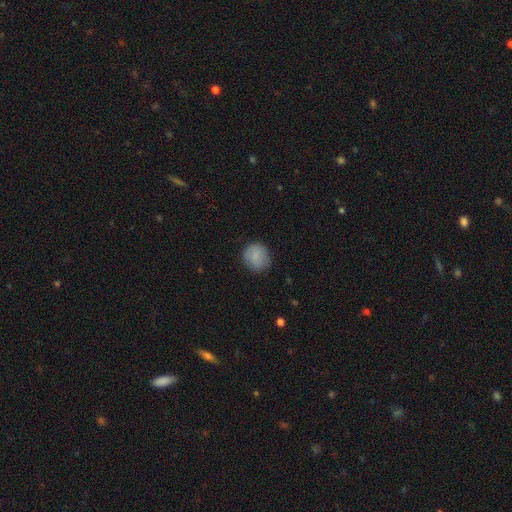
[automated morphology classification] A smooth galaxy with no disk features (85%) that is round (86%). Merging: none (84%).